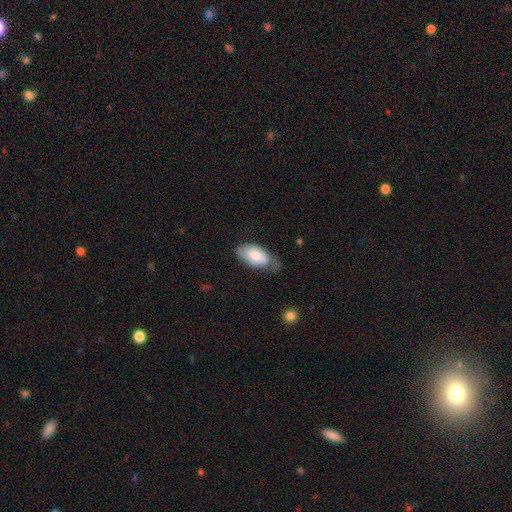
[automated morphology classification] type=smooth (77%); roundness=in between (95%); merging=minor disturbance (40%).